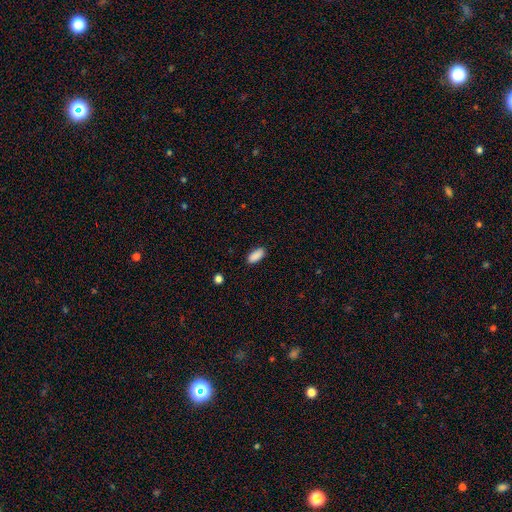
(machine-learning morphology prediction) Q: Smooth or featured?
A: smooth (90%); runner-up: star or artifact (7%)
Q: How rounded?
A: in between (87%); runner-up: cigar-shaped (11%)
Q: Merging?
A: none (87%); runner-up: minor disturbance (9%)